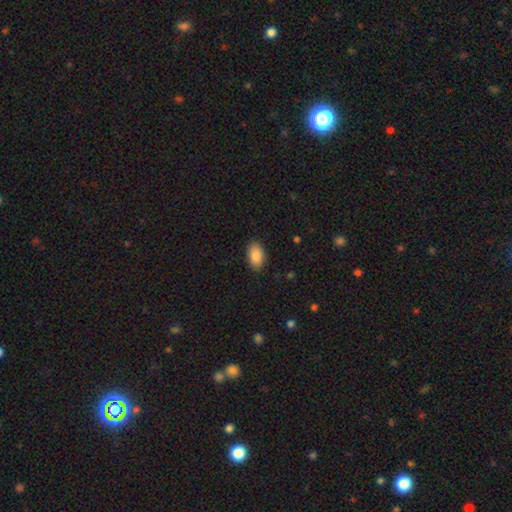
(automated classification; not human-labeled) smooth 88%, star or artifact 7%, featured or disk 6%. Down the decision tree: how rounded — in between (94%); merging — none (88%).